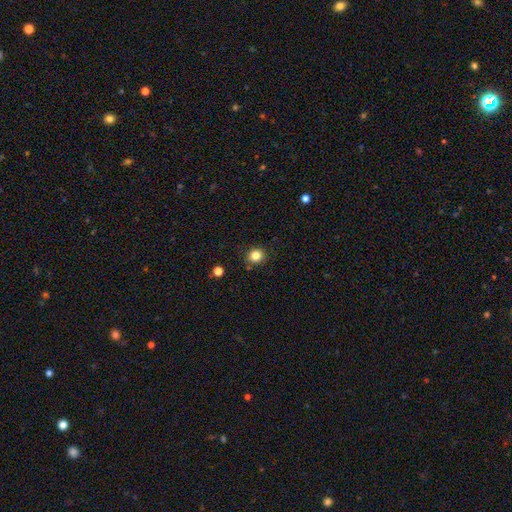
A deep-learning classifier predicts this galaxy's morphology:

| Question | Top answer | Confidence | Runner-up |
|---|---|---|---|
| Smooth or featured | smooth | 82% | star or artifact (12%) |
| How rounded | round | 88% | in between (11%) |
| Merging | none | 89% | minor disturbance (7%) |